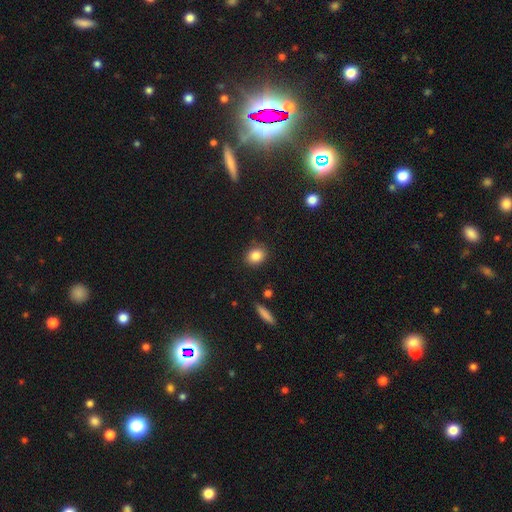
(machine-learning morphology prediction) Smooth or featured? Predicted: smooth (p=0.85). How rounded? Predicted: round (p=0.59). Merging? Predicted: none (p=0.88).